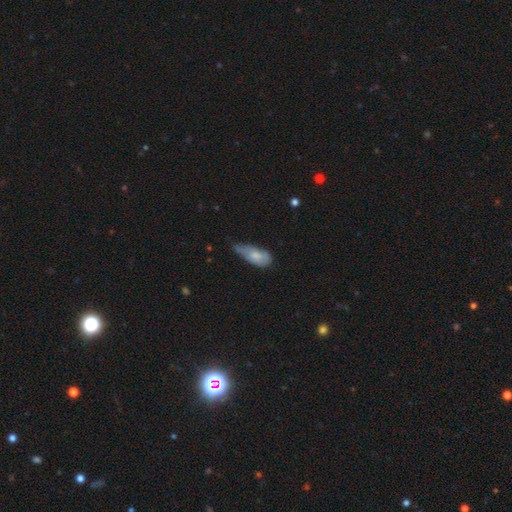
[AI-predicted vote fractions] Overall: smooth (70%). How rounded: in between (83%). Merging: minor disturbance (51%; none 28%).